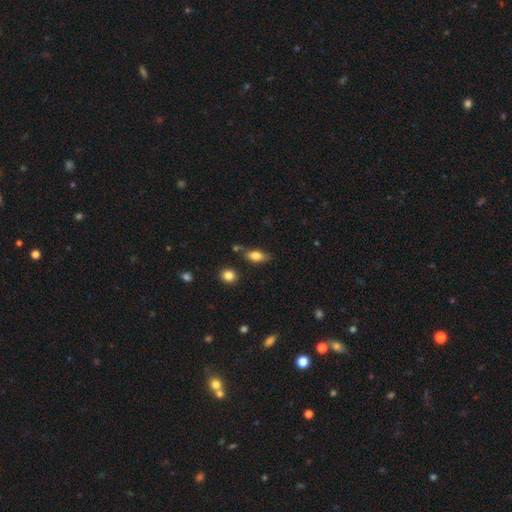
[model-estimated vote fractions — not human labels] Smooth or featured? Predicted: smooth (p=0.78). How rounded? Predicted: in between (p=0.83). Merging? Predicted: none (p=0.70).